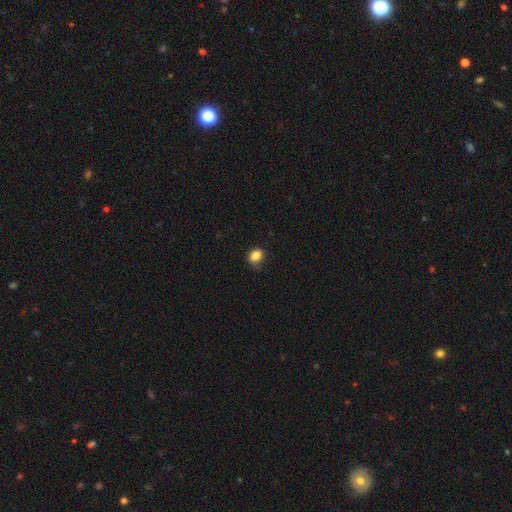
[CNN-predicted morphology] Overall: smooth (86%). How rounded: round (56%; in between 43%). Merging: none (78%).